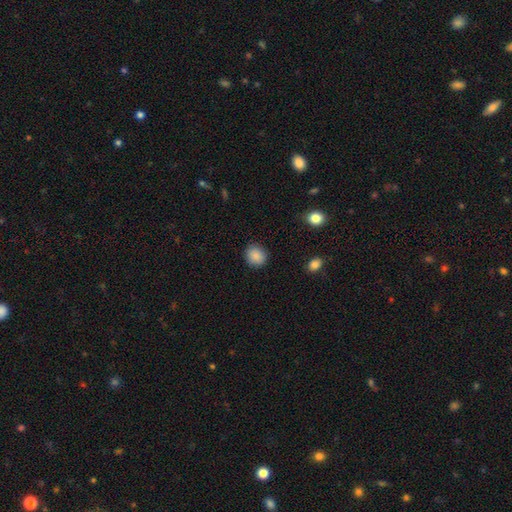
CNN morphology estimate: type=smooth (89%); roundness=round (76%); merging=none (89%).